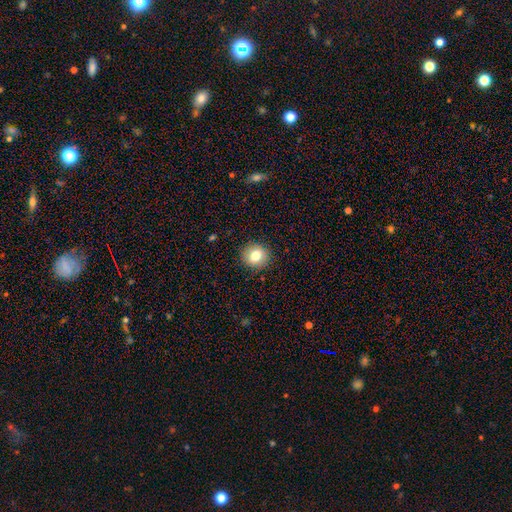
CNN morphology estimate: Smooth or featured? smooth (78%)
How rounded? round (84%)
Merging? none (90%)